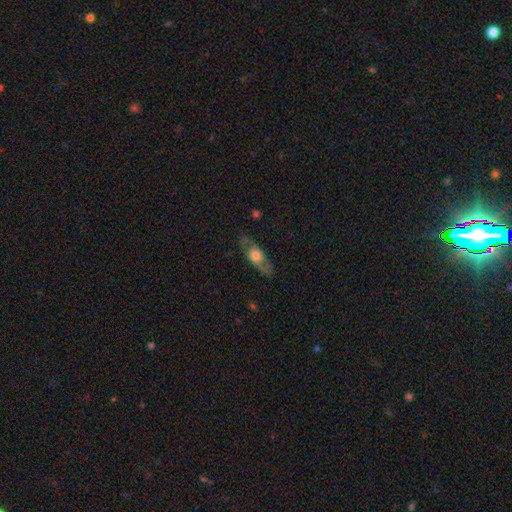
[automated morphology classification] smooth_or_featured: featured or disk (p=0.53) [alt: smooth p=0.40]
disk_edge_on: yes (p=0.54) [alt: no p=0.46]
merging: none (p=0.77) [alt: minor disturbance p=0.15]